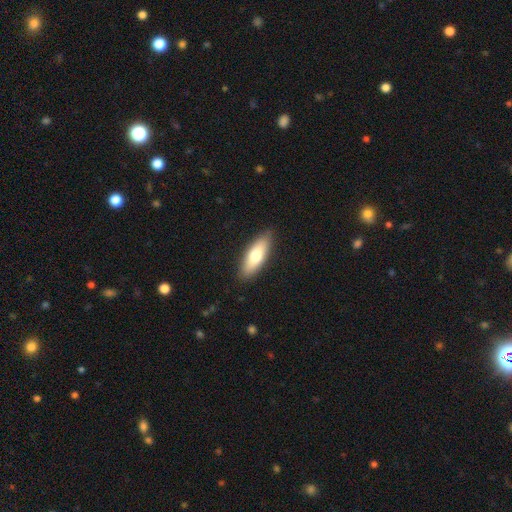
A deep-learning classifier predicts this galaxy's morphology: Smooth or featured: smooth — 72% (featured or disk — 22%)
How rounded: in between — 63% (cigar-shaped — 35%)
Merging: none — 88% (minor disturbance — 9%)